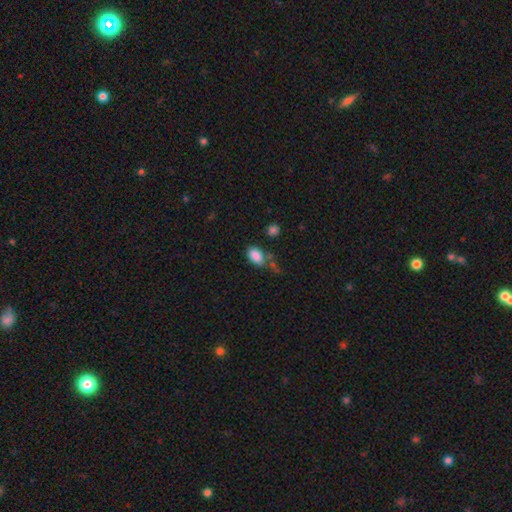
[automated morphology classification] smooth_or_featured: smooth (p=0.86) [alt: star or artifact p=0.09]
how_rounded: in between (p=0.90) [alt: round p=0.08]
merging: none (p=0.60) [alt: minor disturbance p=0.20]